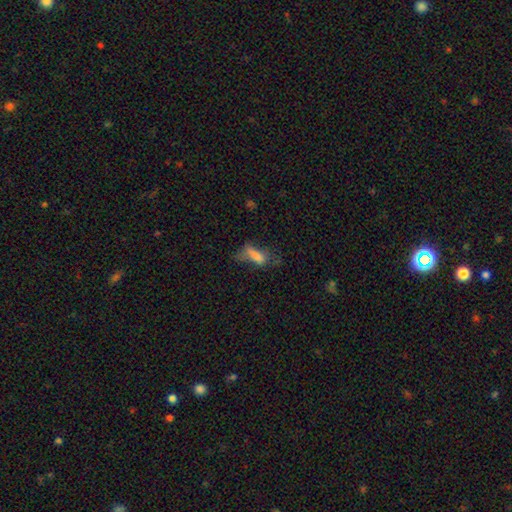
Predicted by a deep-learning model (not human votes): Morphology: type=smooth (64%); roundness=in between (61%); merging=major disturbance (38%).